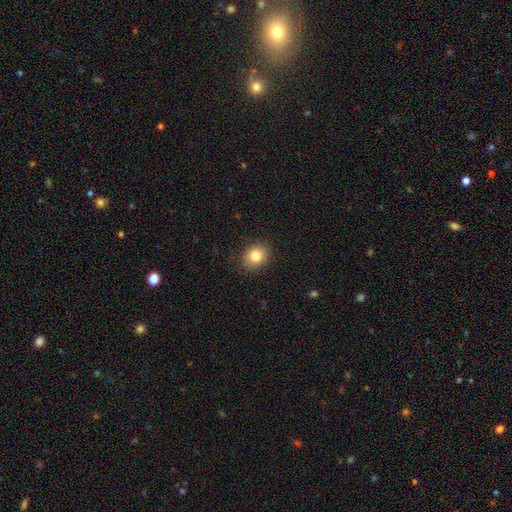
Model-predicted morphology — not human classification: Smooth or featured? smooth (83%)
How rounded? round (60%)
Merging? none (88%)